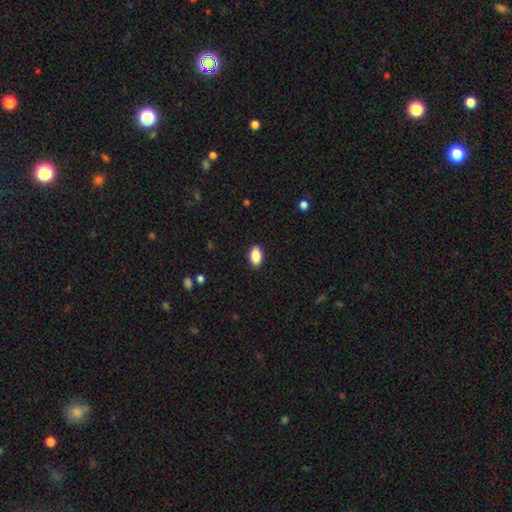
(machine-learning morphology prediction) A smooth galaxy with no disk features (87%) that is in between round and cigar-shaped (92%). Merging: none (89%).